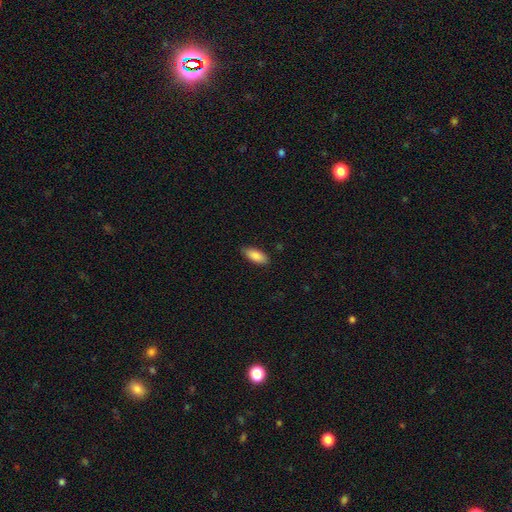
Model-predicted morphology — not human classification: A smooth galaxy with no disk features (87%) that is in between round and cigar-shaped (85%). Merging: none (85%).